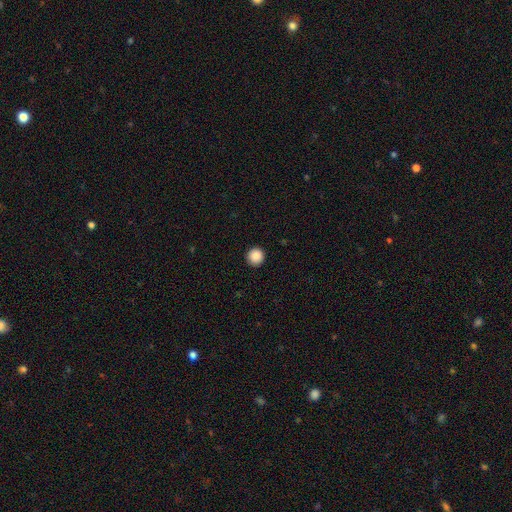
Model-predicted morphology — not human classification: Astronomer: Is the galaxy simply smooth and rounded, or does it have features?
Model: smooth — 88%.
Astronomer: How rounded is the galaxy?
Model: round — 96%.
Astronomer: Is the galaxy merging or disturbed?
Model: none — 93%.